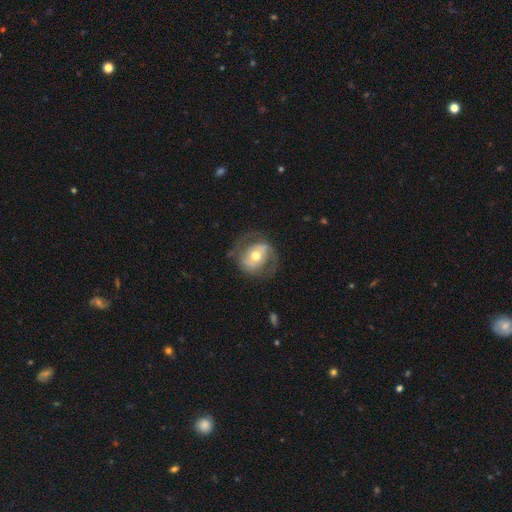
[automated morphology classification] Smooth or featured? Predicted: featured or disk (p=0.68). Edge-on disk? Predicted: no (p=0.96). Bar? Predicted: no (p=0.47). Spiral arms? Predicted: yes (p=0.76). Bulge size? Predicted: moderate (p=0.74). Merging? Predicted: none (p=0.66).